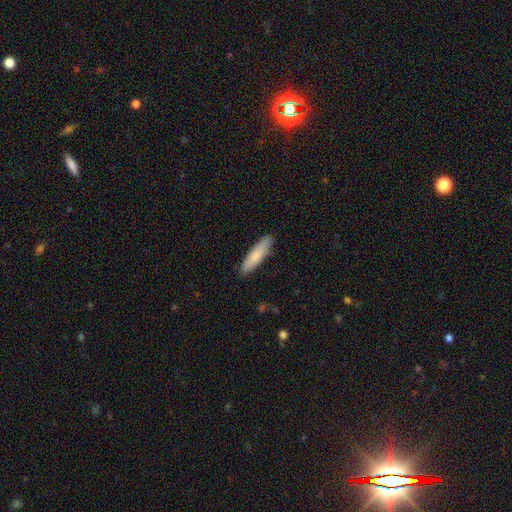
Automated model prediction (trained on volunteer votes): A smooth galaxy with no disk features (79%) that is cigar-shaped (77%). Merging: none (87%).